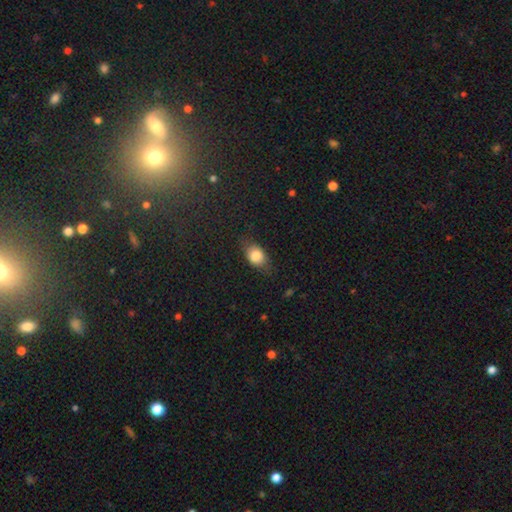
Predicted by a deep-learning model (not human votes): The model was most divided on "merging": none: 73%, minor disturbance: 20%, major disturbance: 6%, merger: 1%. More confident: smooth or featured — smooth (80%); how rounded — in between (75%).